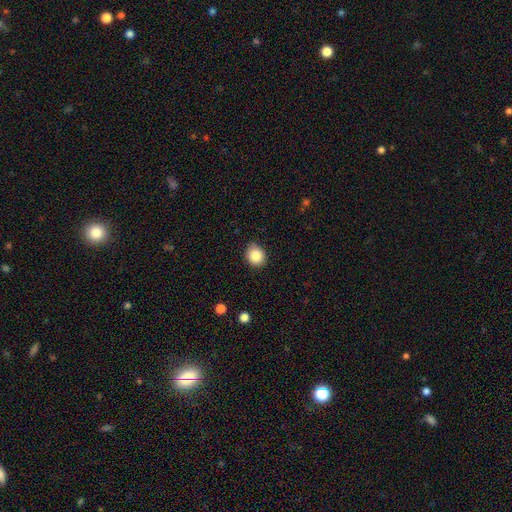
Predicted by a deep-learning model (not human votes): smooth 86%, star or artifact 9%, featured or disk 5%. Down the decision tree: how rounded — round (72%); merging — none (83%).